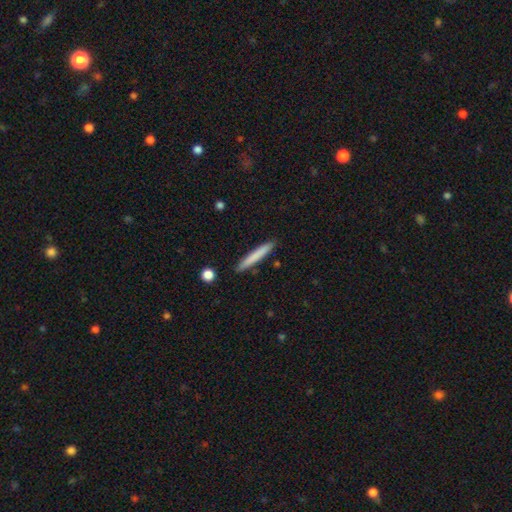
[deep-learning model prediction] Smooth or featured? smooth (76%)
How rounded? cigar-shaped (96%)
Merging? none (90%)